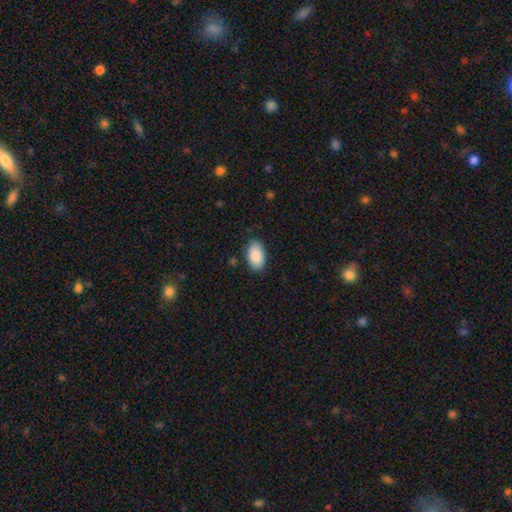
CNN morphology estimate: type=smooth (90%); roundness=in between (95%); merging=none (86%).